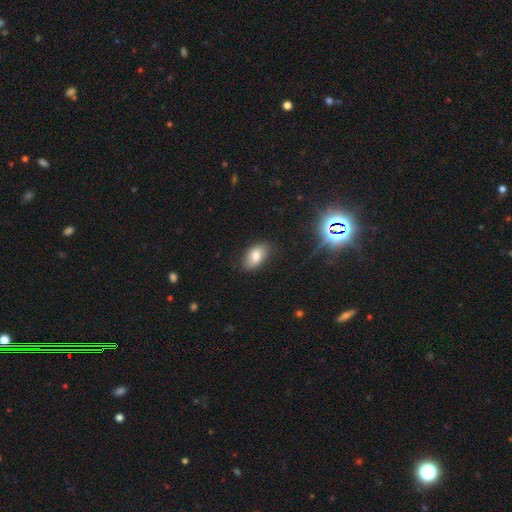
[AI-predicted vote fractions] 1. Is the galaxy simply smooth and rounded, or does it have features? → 78% smooth, 12% featured or disk, 10% star or artifact.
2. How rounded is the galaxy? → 91% in between, 6% round, 2% cigar-shaped.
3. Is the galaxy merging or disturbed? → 81% none, 14% minor disturbance, 3% major disturbance, 1% merger.